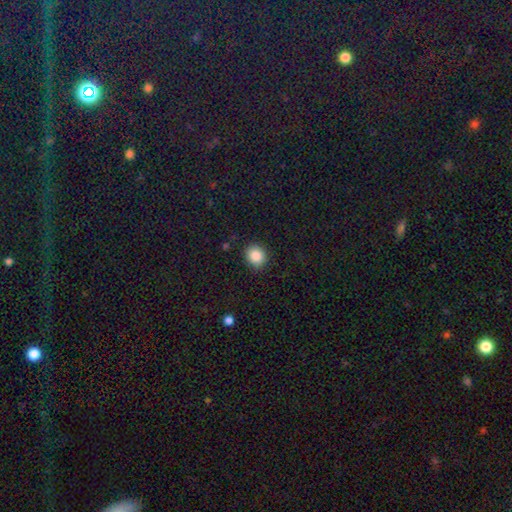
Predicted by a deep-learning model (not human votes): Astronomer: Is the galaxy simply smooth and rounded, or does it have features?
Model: smooth — 87%.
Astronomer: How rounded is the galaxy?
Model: round — 77%.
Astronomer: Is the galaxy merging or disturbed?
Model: none — 88%.